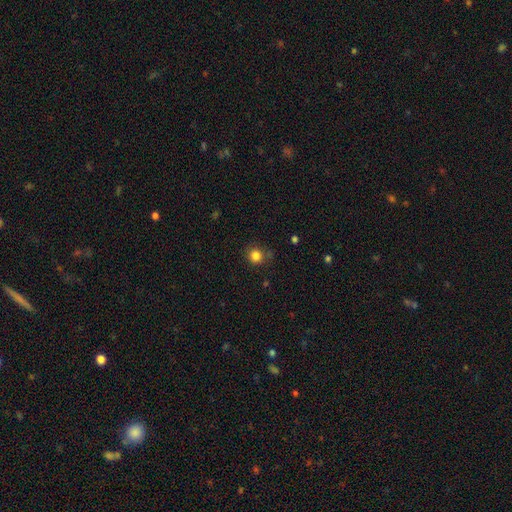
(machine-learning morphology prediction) smooth-or-featured: smooth: 84% | star or artifact: 12% | featured or disk: 5%
  how-rounded: round: 87% | in between: 12% | cigar-shaped: 1%
  merging: none: 76% | minor disturbance: 17% | major disturbance: 5% | merger: 3%